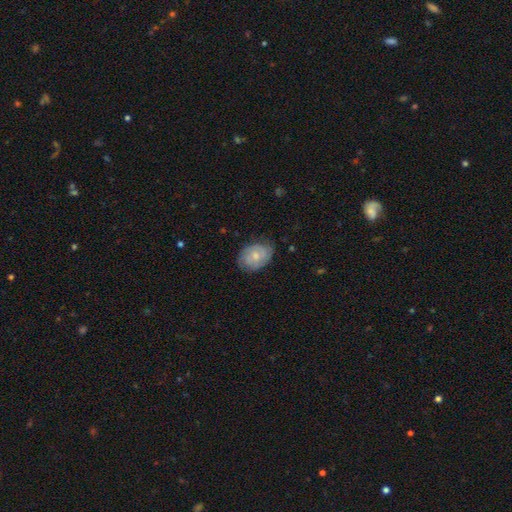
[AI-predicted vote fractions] The model was most divided on "bulge size" (2-way tie): moderate: 46%, small: 46%, none: 5%, large: 2%, dominant: 1%. More confident: edge-on disk — no (97%); spiral arms — yes (84%); merging — none (74%); bar — no (72%); smooth or featured — featured or disk (59%).